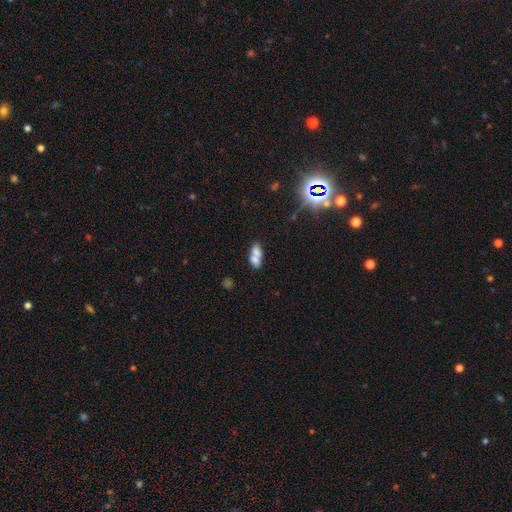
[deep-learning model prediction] Smooth or featured? smooth (66%)
How rounded? in between (77%)
Merging? merger (61%)